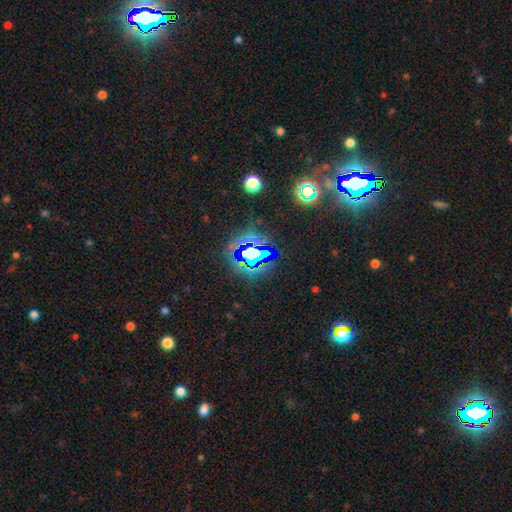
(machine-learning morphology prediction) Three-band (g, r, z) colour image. It shows a star or artifact, not a galaxy (71%).